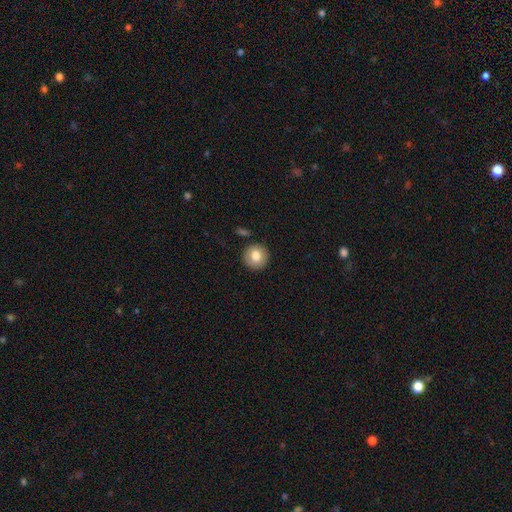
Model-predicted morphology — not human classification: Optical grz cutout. It shows a smooth galaxy with no disk features (79%) that is round (94%). Merging: none (89%).